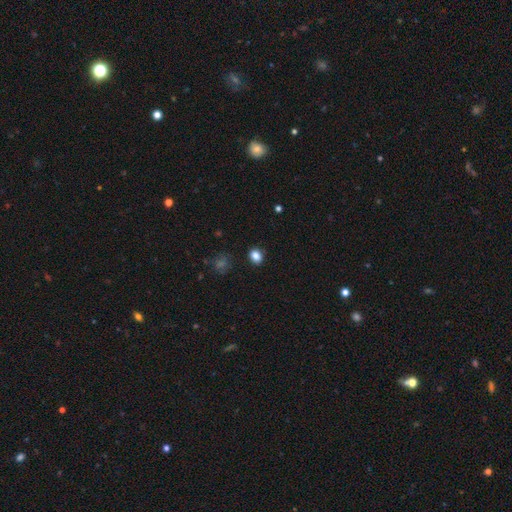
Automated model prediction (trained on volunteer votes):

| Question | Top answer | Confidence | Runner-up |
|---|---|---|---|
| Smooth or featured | smooth | 84% | star or artifact (11%) |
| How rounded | in between | 59% | round (40%) |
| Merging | none | 87% | minor disturbance (9%) |